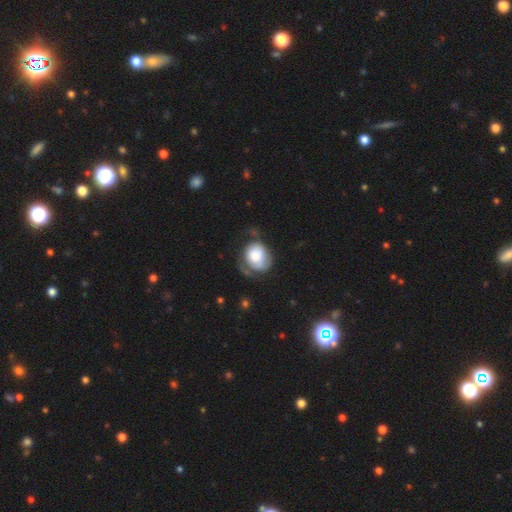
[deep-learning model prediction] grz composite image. It shows a smooth galaxy with no disk features (65%) that is round (63%). Merging: none (36%).